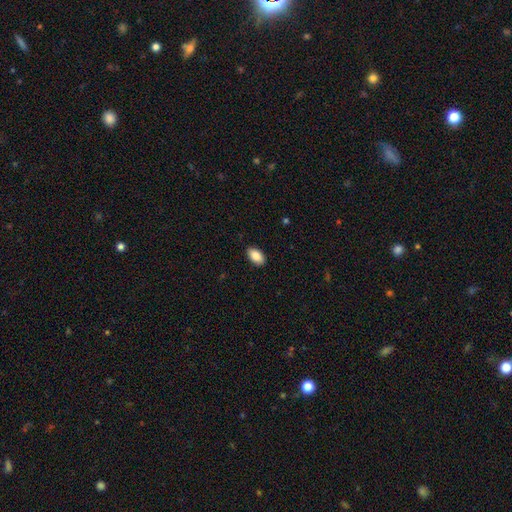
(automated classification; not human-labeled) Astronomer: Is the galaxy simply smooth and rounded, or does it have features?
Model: smooth — 87%.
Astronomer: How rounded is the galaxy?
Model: in between — 94%.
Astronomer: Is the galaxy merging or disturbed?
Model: none — 89%.